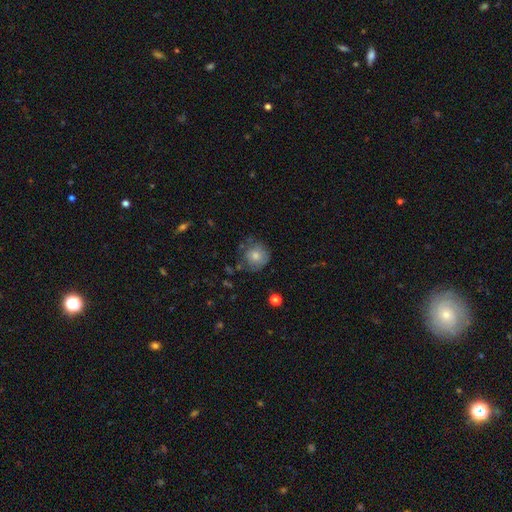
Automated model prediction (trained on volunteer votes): Smooth or featured? Predicted: smooth (p=0.74). How rounded? Predicted: round (p=0.90). Merging? Predicted: none (p=0.65).